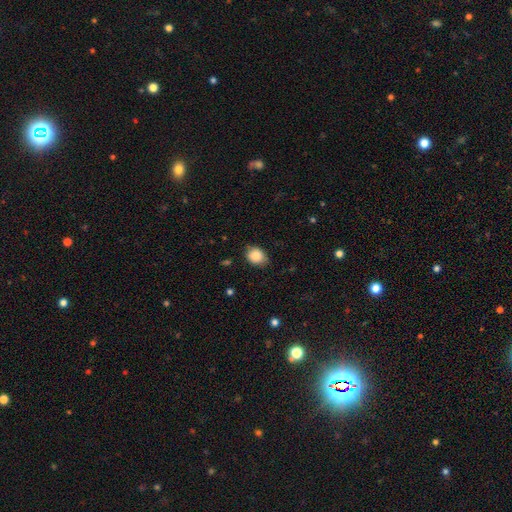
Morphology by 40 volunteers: Overall: smooth (90%). How rounded: round (53%; in between 44%). Merging: none (68%).